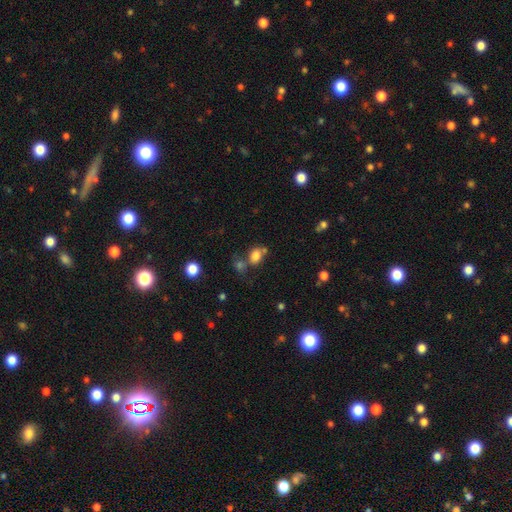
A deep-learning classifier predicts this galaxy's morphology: Overall: smooth (77%). How rounded: in between (56%; round 42%). Merging: none (52%; merger 27%).